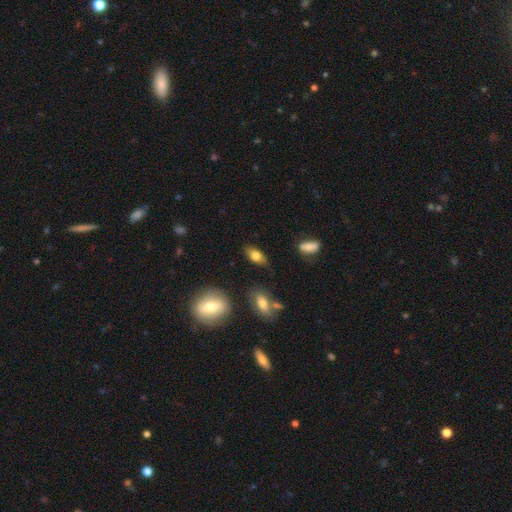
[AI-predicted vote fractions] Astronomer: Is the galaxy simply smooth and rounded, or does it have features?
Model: smooth — 73%.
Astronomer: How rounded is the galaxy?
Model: in between — 84%.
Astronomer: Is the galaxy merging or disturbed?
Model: none — 81%.